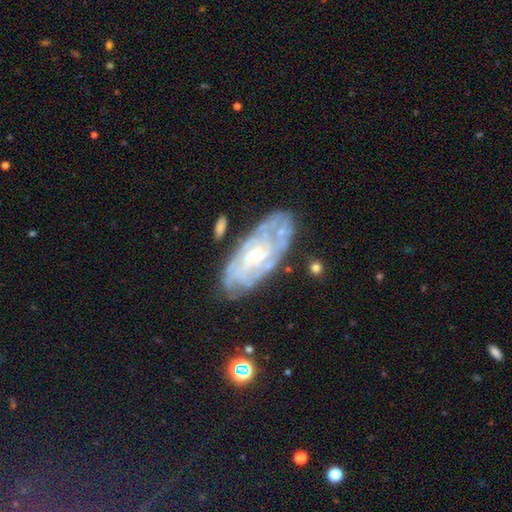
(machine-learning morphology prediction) This appears to be a featured or disk galaxy (80%) with no bar (68%), tight (71%) spiral arms (87%) and a small central bulge (71%). Merging: none (71%).